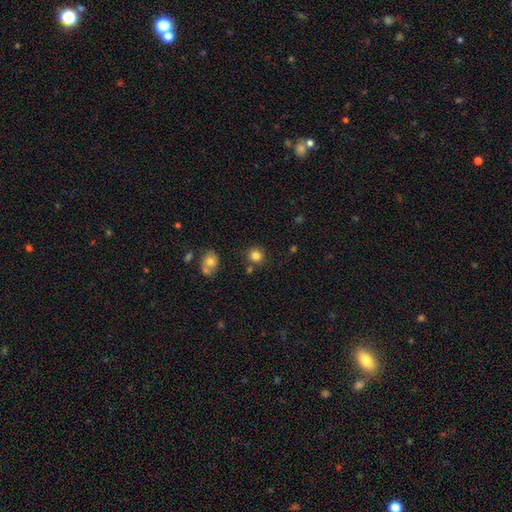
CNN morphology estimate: This is clearly a smooth galaxy (82%). How rounded: clearly round (89%). Merging: clearly none (80%).